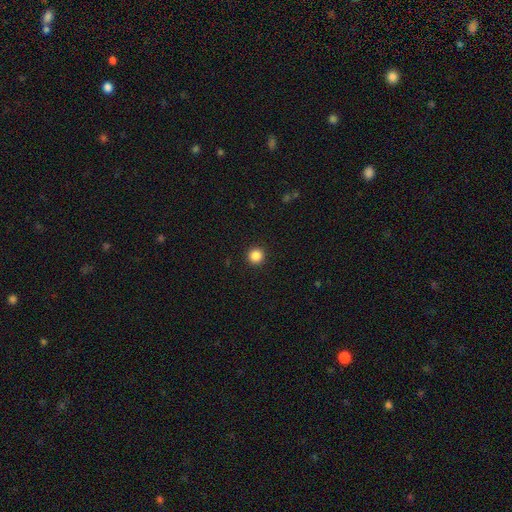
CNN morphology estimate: A smooth galaxy with no disk features (87%) that is round (96%).

Vote fractions:
- Smooth or featured? smooth: 87% / star or artifact: 11% / featured or disk: 3%
- How rounded? round: 96% / in between: 3% / cigar-shaped: 1%
- Merging? none: 93% / minor disturbance: 4% / major disturbance: 2% / merger: 1%